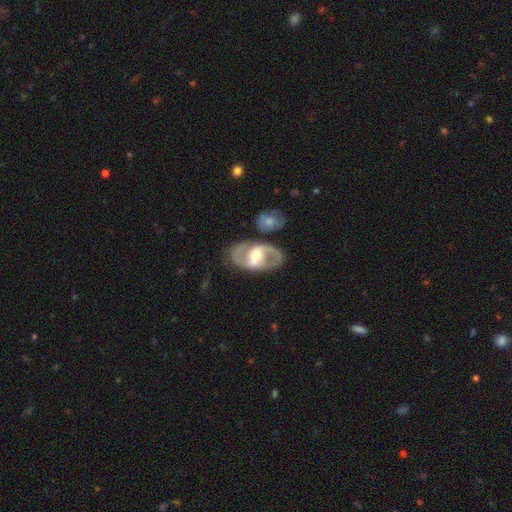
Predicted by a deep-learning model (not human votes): This appears to be a featured or disk galaxy (78%) with a strong bar (45%), 2 (87%) medium (53%) spiral arms (78%) and a moderate central bulge (50%). Merging: none (74%).